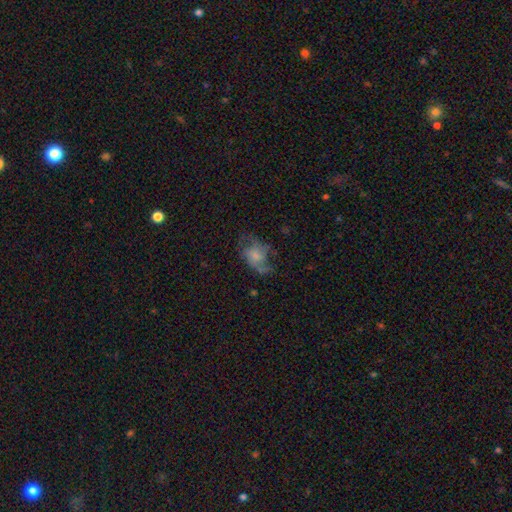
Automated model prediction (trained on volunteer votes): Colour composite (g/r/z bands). It shows a featured or disk galaxy (51%). Merging: none (45%).